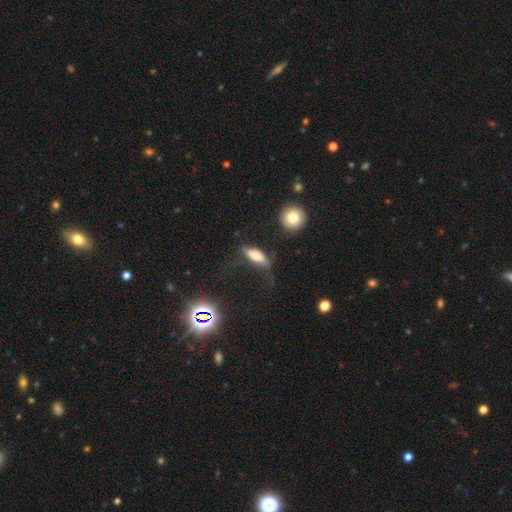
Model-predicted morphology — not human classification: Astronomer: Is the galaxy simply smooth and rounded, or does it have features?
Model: smooth — 66%.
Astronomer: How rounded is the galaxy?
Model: in between — 65%.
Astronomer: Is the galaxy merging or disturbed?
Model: none — 39% (runner-up: major disturbance, 30%).